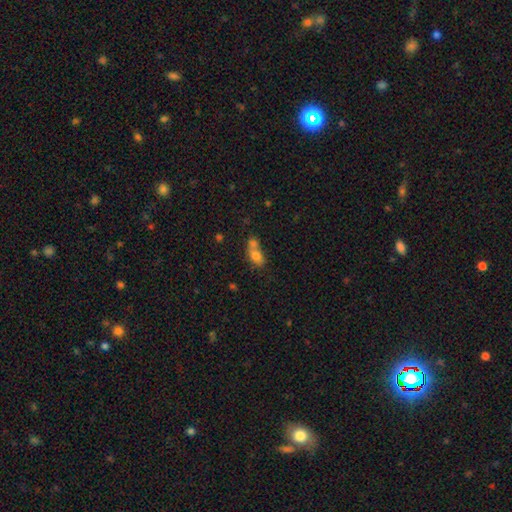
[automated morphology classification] This appears to be a smooth galaxy with no disk features (74%) that is in between round and cigar-shaped (73%). Merging: merger (60%).